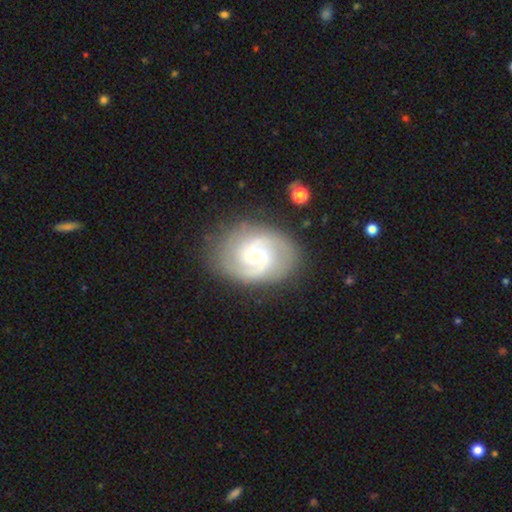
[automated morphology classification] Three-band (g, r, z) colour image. It shows a featured or disk galaxy (89%) with no bar (58%), 2 (78%) medium (46%) spiral arms (97%) and a small central bulge (56%). Merging: none (81%).